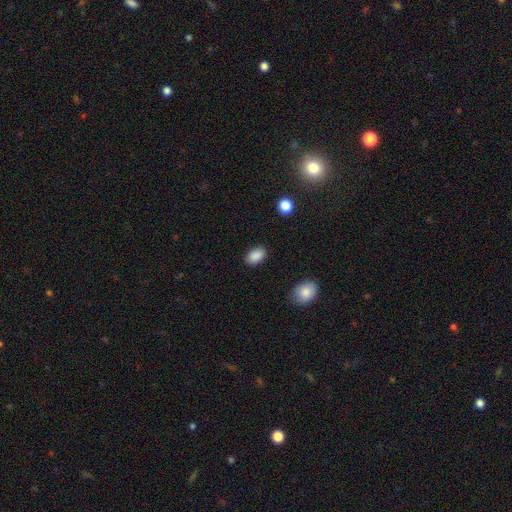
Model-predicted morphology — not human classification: A smooth galaxy with no disk features (89%) that is in between round and cigar-shaped (88%). Merging: none (87%).